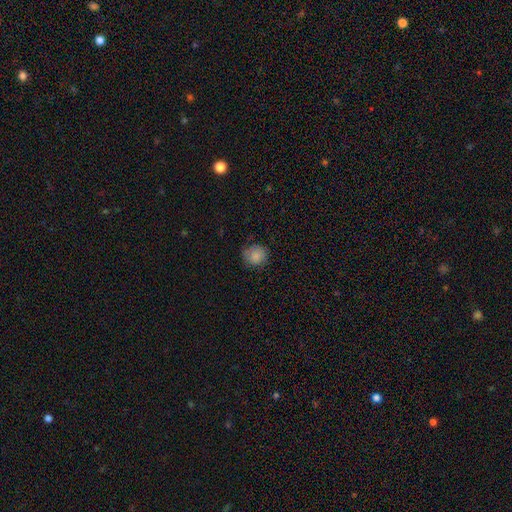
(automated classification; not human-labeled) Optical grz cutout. It shows a smooth galaxy with no disk features (84%) that is round (83%). Merging: none (75%).